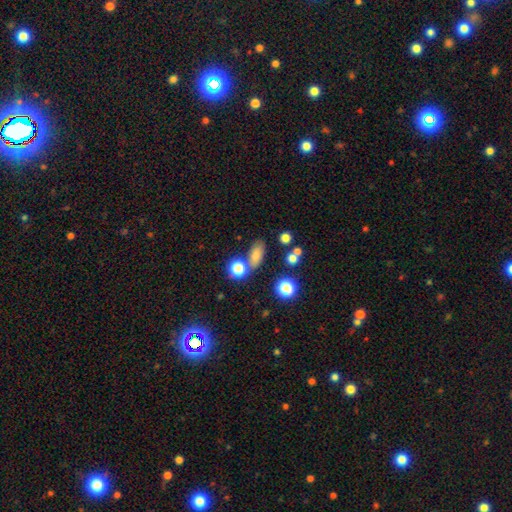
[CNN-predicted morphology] A smooth galaxy with no disk features (74%) that is in between round and cigar-shaped (72%). Merging: none (64%).